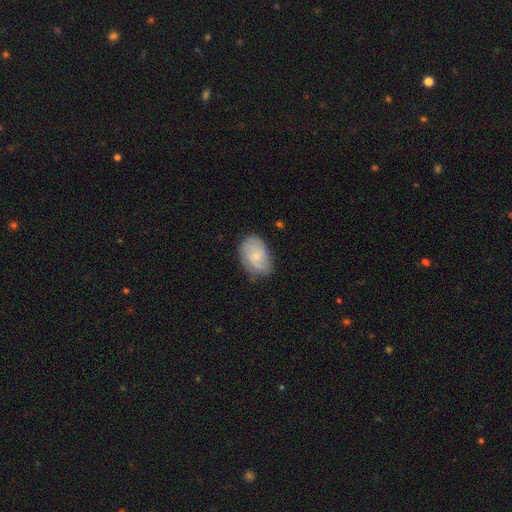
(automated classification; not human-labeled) Q: Smooth or featured?
A: featured or disk (51%); runner-up: smooth (42%)
Q: Edge-on disk?
A: no (96%); runner-up: yes (4%)
Q: Merging?
A: none (71%); runner-up: minor disturbance (22%)